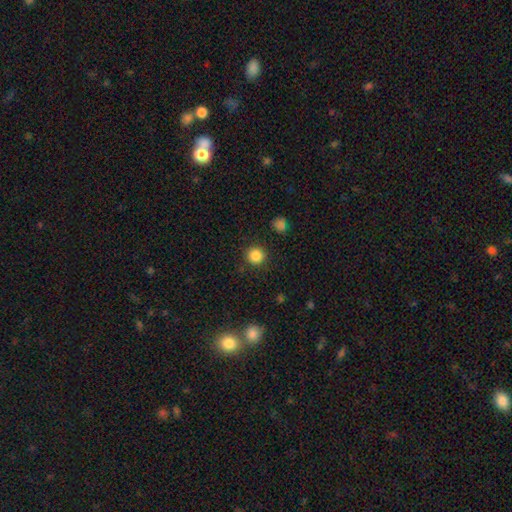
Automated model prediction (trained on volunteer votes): smooth 85%, star or artifact 11%, featured or disk 4%. Down the decision tree: how rounded — round (94%); merging — none (90%).